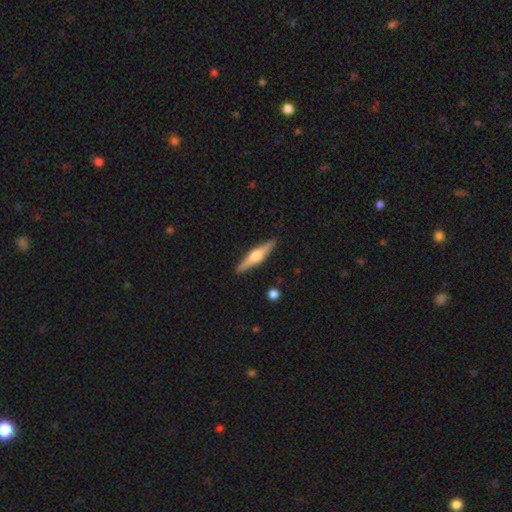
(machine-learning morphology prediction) A featured or disk galaxy (68%) viewed edge-on (97%) with a rounded central bulge (92%).

Vote fractions:
- Smooth or featured? featured or disk: 68% / smooth: 26% / star or artifact: 5%
- Edge-on disk? yes: 97% / no: 3%
- Edge-on bulge? rounded: 92% / boxy: 6% / none: 2%
- Merging? none: 90% / minor disturbance: 7% / major disturbance: 2% / merger: 1%